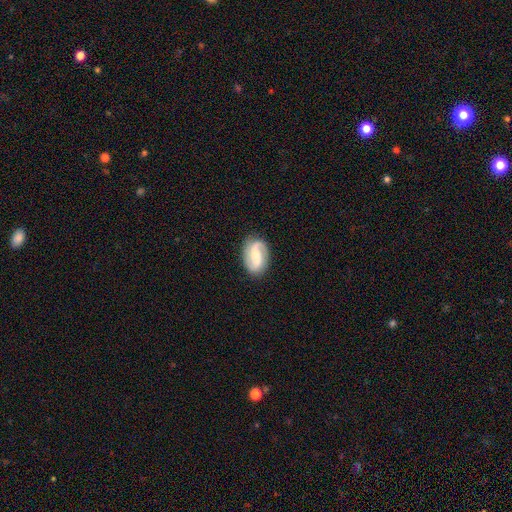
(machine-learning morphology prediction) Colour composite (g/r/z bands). It shows a featured or disk galaxy (80%) with a weak bar (46%), 2 (92%) loose (51%) spiral arms (95%) and a moderate central bulge (49%). Merging: none (84%).